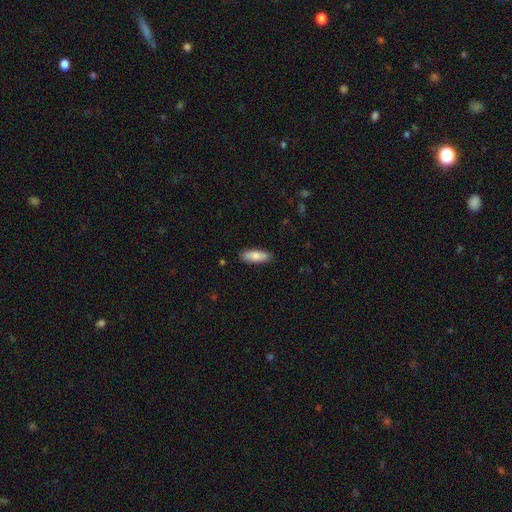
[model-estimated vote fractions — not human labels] A smooth galaxy with no disk features (82%) that is in between round and cigar-shaped (62%). Merging: none (88%).